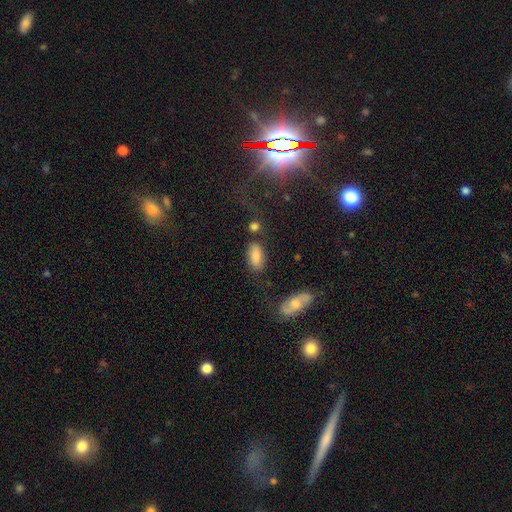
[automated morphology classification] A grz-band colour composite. It shows a smooth galaxy with no disk features (81%) that is in between round and cigar-shaped (90%). Merging: none (74%).